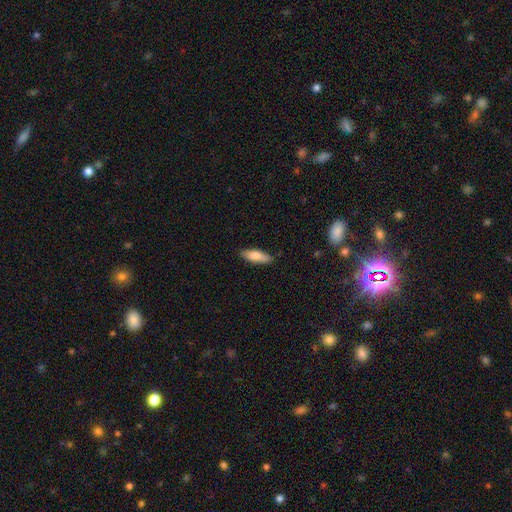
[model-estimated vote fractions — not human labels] A smooth galaxy with no disk features (78%) that is in between round and cigar-shaped (53%).

Vote fractions:
- Smooth or featured? smooth: 78% / featured or disk: 16% / star or artifact: 6%
- How rounded? in between: 53% / cigar-shaped: 45% / round: 2%
- Merging? none: 84% / minor disturbance: 13% / major disturbance: 2% / merger: 1%